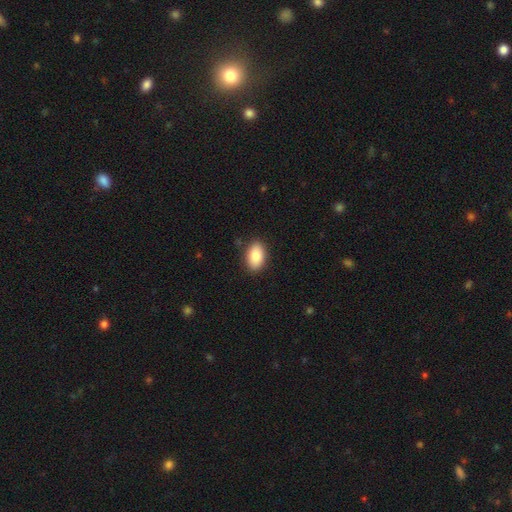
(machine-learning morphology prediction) A smooth galaxy with no disk features (86%) that is in between round and cigar-shaped (91%). Merging: none (87%).